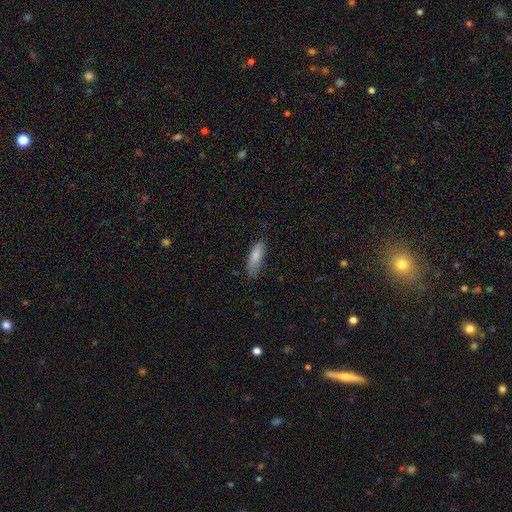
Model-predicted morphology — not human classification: Smooth or featured? Predicted: smooth (p=0.84). How rounded? Predicted: in between (p=0.58). Merging? Predicted: none (p=0.67).